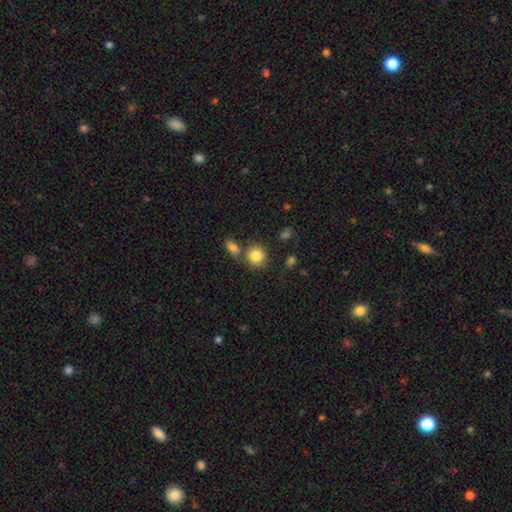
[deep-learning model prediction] A smooth galaxy with no disk features (85%) that is round (84%). Merging: none (67%).